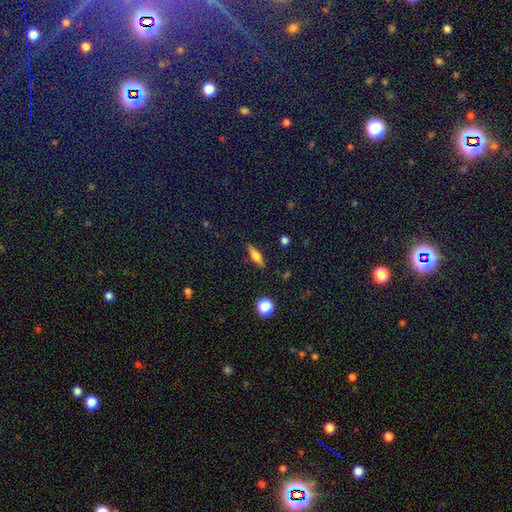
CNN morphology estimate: smooth 57%, featured or disk 33%, star or artifact 9%. Down the decision tree: how rounded — cigar-shaped (55%); merging — none (86%).